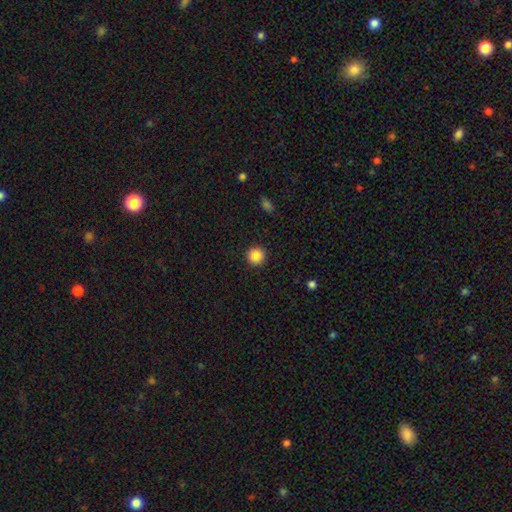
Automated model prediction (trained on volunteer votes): smooth-or-featured: smooth: 86% | star or artifact: 10% | featured or disk: 4%
  how-rounded: round: 96% | in between: 3% | cigar-shaped: 1%
  merging: none: 93% | minor disturbance: 4% | major disturbance: 2% | merger: 1%